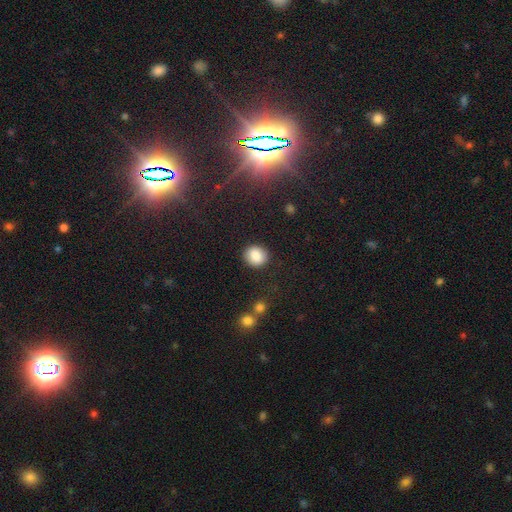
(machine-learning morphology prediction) The model was most divided on "how rounded": round: 76%, in between: 23%, cigar-shaped: 1%. More confident: merging — none (88%); smooth or featured — smooth (85%).